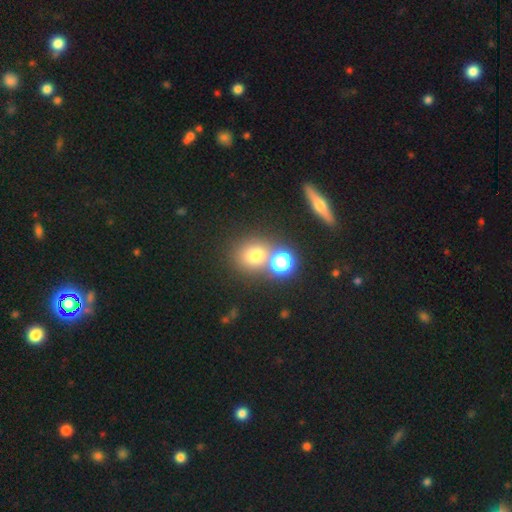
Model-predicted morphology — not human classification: Smooth or featured? Predicted: smooth (p=0.70). How rounded? Predicted: round (p=0.82). Merging? Predicted: none (p=0.55).